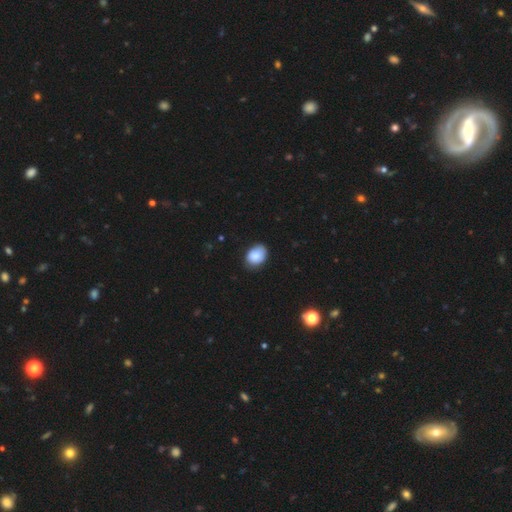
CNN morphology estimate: This is clearly a smooth galaxy (87%). How rounded: likely in between (70%). Merging: likely none (78%).